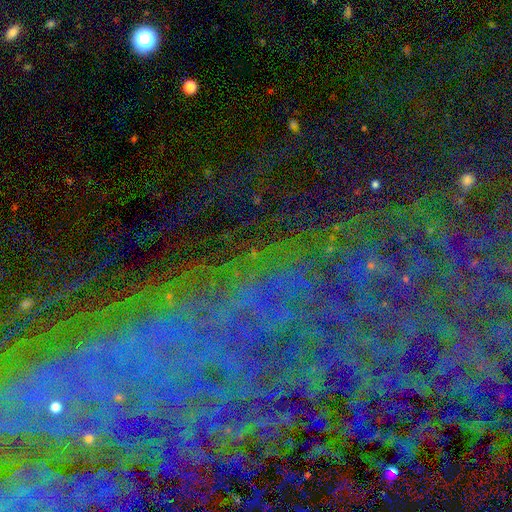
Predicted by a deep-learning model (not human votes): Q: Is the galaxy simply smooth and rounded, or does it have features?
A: star or artifact — 75%.